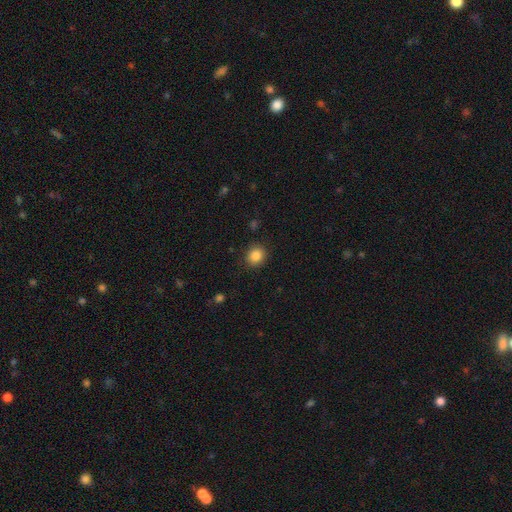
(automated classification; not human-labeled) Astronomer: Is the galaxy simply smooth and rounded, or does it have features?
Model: smooth — 85%.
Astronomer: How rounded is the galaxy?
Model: round — 77%.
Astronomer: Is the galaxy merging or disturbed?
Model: none — 89%.